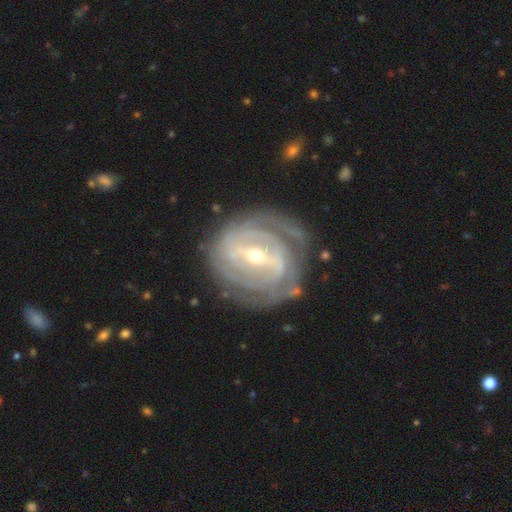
Smooth or featured?
  - featured or disk: 97% *
  - smooth: 3%
  - star or artifact: 0%
Edge-on disk?
  - no: 94% *
  - yes: 6%
Bar?
  - strong: 39% * (tied)
  - weak: 39% * (tied)
  - no: 21%
Spiral arms?
  - yes: 100% *
  - no: 0%
Spiral winding?
  - tight: 73% *
  - medium: 27%
  - loose: 0%
Spiral arm count?
  - 3: 30% *
  - can't tell: 27%
  - 2: 24%
  - 4: 9%
  - 1: 6%
  - more than 4: 3%
Bulge size?
  - small: 64% *
  - moderate: 36%
  - dominant: 0%
  - large: 0%
  - none: 0%
Merging?
  - none: 92% *
  - minor disturbance: 8%
  - major disturbance: 0%
  - merger: 0%